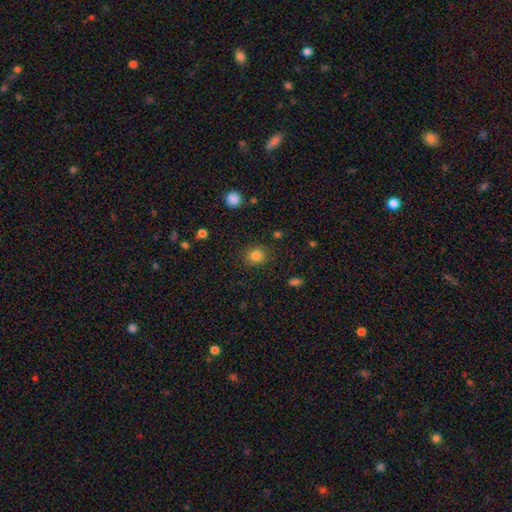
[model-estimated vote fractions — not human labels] Morphology: type=smooth (83%); roundness=round (79%); merging=none (85%).